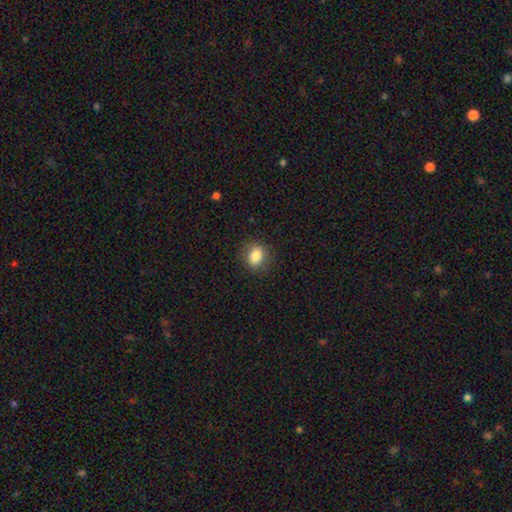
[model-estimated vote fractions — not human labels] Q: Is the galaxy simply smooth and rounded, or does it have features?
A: smooth — 83%.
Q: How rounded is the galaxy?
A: in between — 50%.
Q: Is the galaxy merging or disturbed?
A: none — 86%.